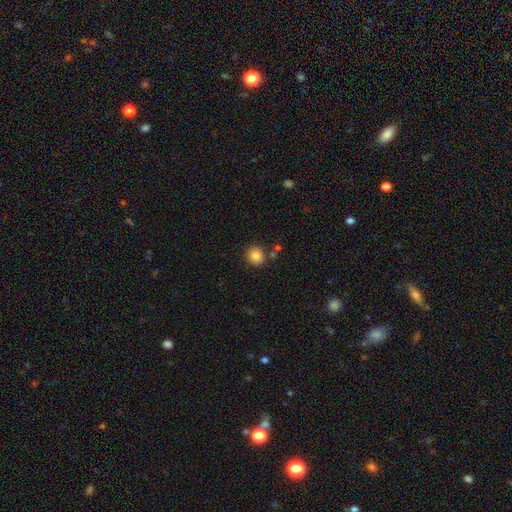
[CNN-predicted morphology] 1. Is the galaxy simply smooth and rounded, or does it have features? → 85% smooth, 10% star or artifact, 5% featured or disk.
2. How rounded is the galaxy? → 86% round, 13% in between, 1% cigar-shaped.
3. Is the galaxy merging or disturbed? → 84% none, 8% minor disturbance, 5% merger, 2% major disturbance.